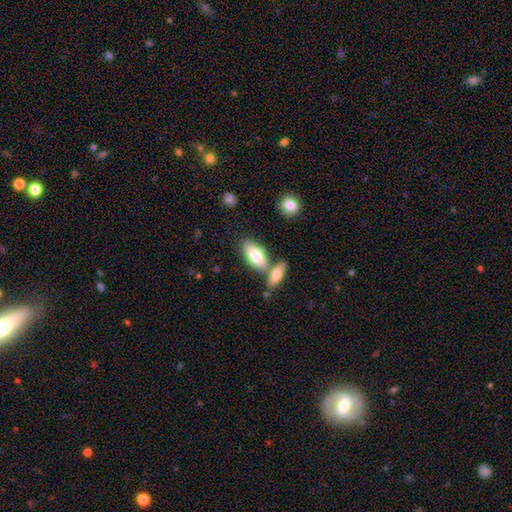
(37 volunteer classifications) Volunteers were most divided on "merging": none: 49%, merger: 31%, minor disturbance: 17%, major disturbance: 3%. More confident: smooth or featured — smooth (78%); how rounded — in between (76%).